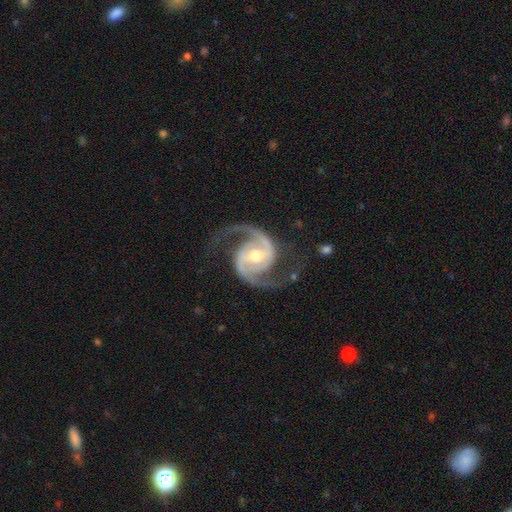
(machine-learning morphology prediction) A featured or disk galaxy (94%) with no bar (43%), 2 (94%) medium (64%) spiral arms (99%) and a moderate central bulge (72%).

Vote fractions:
- Smooth or featured? featured or disk: 94% / star or artifact: 3% / smooth: 2%
- Edge-on disk? no: 98% / yes: 2%
- Bar? no: 43% / weak: 39% / strong: 18%
- Spiral arms? yes: 99% / no: 1%
- Spiral winding? medium: 64% / loose: 19% / tight: 17%
- Spiral arm count? 2: 94% / 3: 1% / can't tell: 1% / 1: 1% / 4: 1% / more than 4: 1%
- Bulge size? moderate: 72% / small: 17% / large: 9% / none: 1% / dominant: 1%
- Merging? none: 78% / minor disturbance: 14% / major disturbance: 7% / merger: 1%